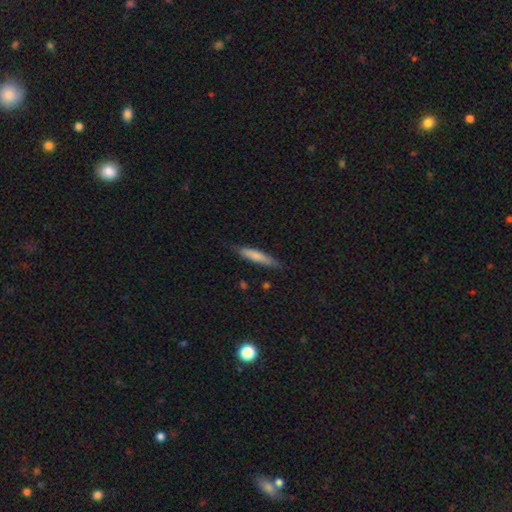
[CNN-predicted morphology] A smooth galaxy with no disk features (72%) that is cigar-shaped (86%). Merging: none (79%).